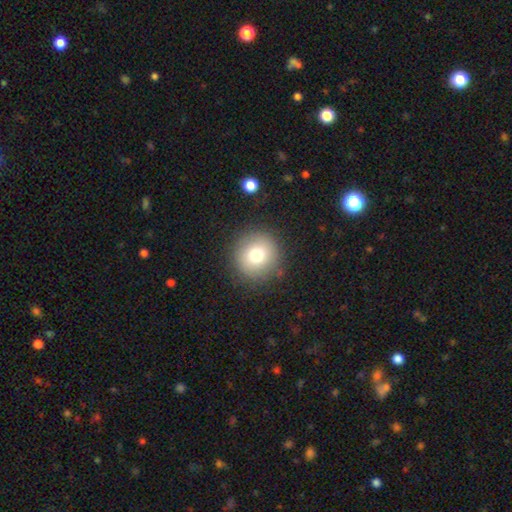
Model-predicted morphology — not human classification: type=smooth (75%); roundness=round (94%); merging=none (90%).